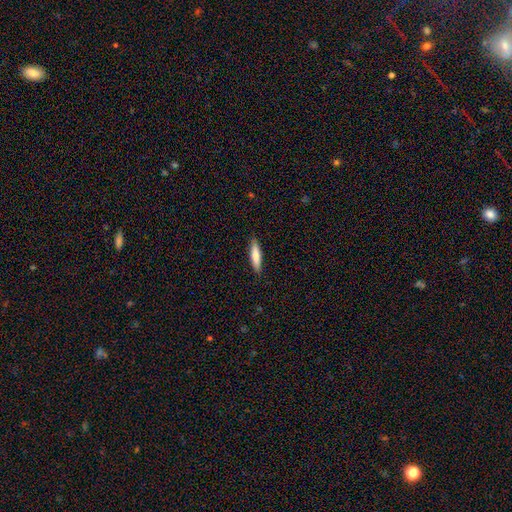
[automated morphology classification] type=smooth (76%); roundness=cigar-shaped (78%); merging=none (90%).